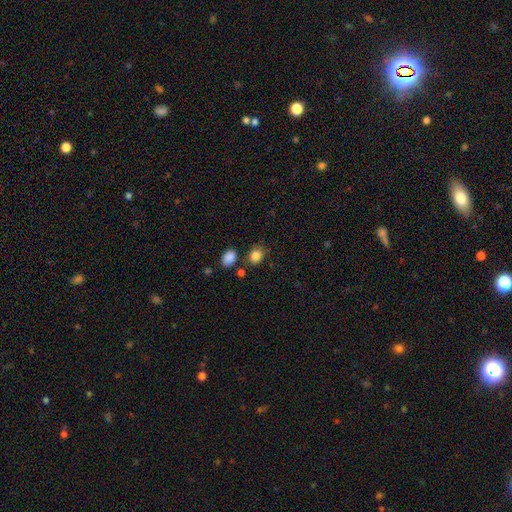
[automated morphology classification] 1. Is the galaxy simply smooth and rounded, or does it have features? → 85% smooth, 10% star or artifact, 5% featured or disk.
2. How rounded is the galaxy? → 57% round, 42% in between, 1% cigar-shaped.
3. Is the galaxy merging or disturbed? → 73% none, 14% minor disturbance, 9% merger, 4% major disturbance.